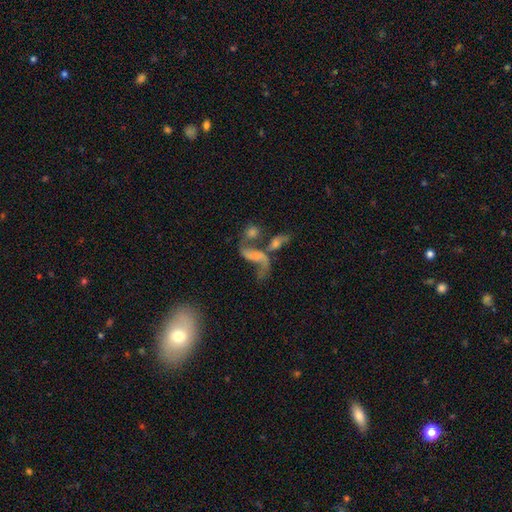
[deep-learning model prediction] A featured or disk galaxy (63%) with no bar (52%), spiral arms (74%) and no central bulge (48%).

Vote fractions:
- Smooth or featured? featured or disk: 63% / smooth: 22% / star or artifact: 15%
- Edge-on disk? no: 94% / yes: 6%
- Bar? no: 52% / weak: 31% / strong: 16%
- Spiral arms? yes: 74% / no: 26%
- Bulge size? none: 48% / small: 29% / moderate: 17% / large: 4% / dominant: 2%
- Merging? merger: 37% / none: 29% / major disturbance: 22% / minor disturbance: 12%